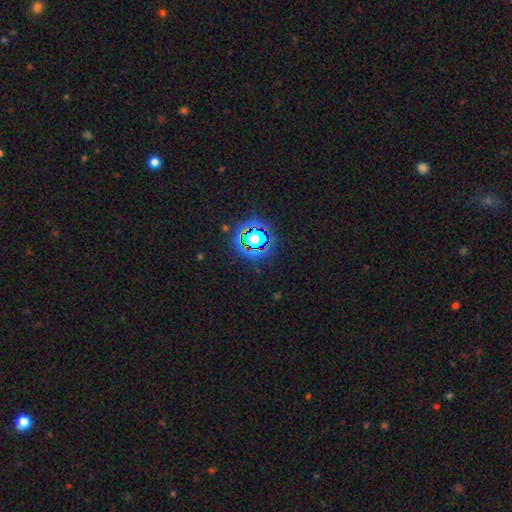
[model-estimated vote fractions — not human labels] A star or artifact, not a galaxy (80%).

Vote fractions:
- Smooth or featured? star or artifact: 80% / smooth: 13% / featured or disk: 8%